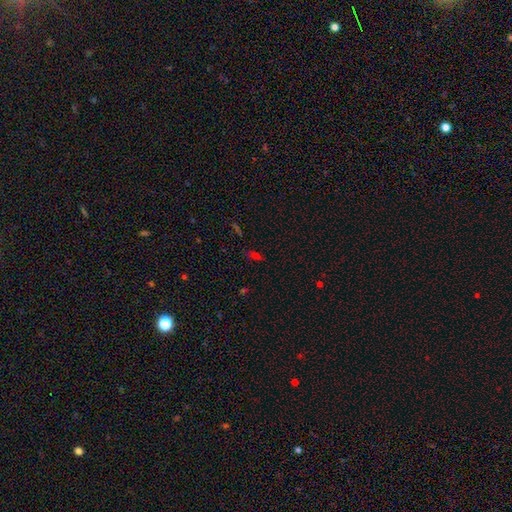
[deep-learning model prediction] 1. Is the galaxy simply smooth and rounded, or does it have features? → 51% smooth, 38% star or artifact, 11% featured or disk.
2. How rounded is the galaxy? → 76% in between, 14% cigar-shaped, 10% round.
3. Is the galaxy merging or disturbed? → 72% none, 16% minor disturbance, 7% major disturbance, 5% merger.